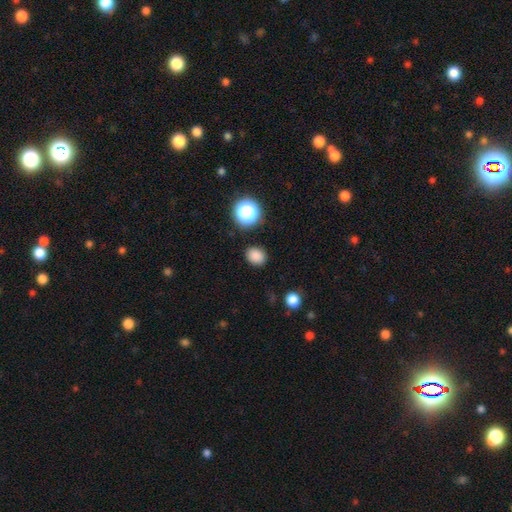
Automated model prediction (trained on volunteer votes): This is clearly a smooth galaxy (83%). How rounded: possibly round (57%). Merging: clearly none (86%).